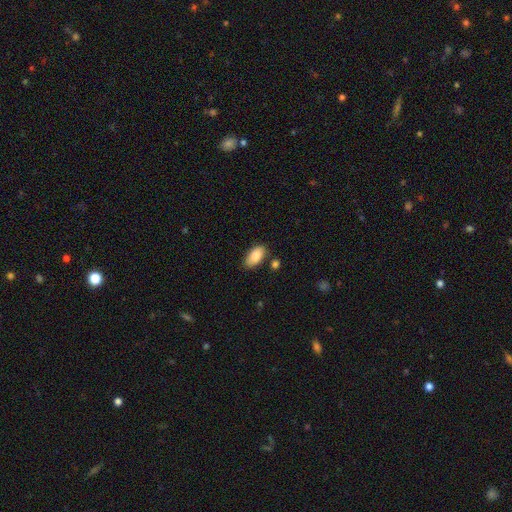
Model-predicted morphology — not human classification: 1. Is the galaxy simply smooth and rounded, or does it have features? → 87% smooth, 7% star or artifact, 6% featured or disk.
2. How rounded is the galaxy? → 94% in between, 4% cigar-shaped, 3% round.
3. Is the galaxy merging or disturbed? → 76% none, 15% minor disturbance, 5% merger, 3% major disturbance.